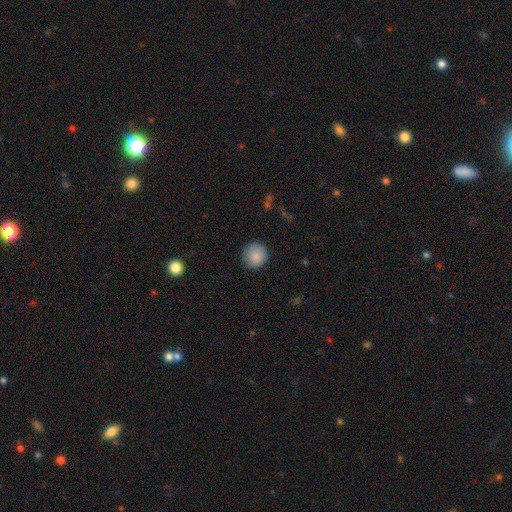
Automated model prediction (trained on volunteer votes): Smooth or featured: smooth — 88% (star or artifact — 8%)
How rounded: round — 93% (in between — 6%)
Merging: none — 89% (minor disturbance — 8%)